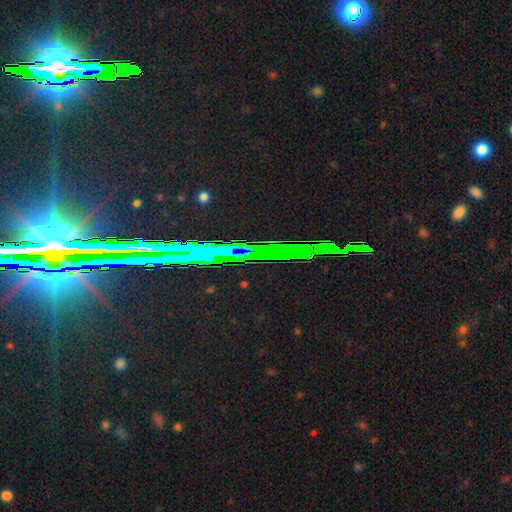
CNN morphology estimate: Q: Smooth or featured?
A: star or artifact (81%); runner-up: featured or disk (12%)